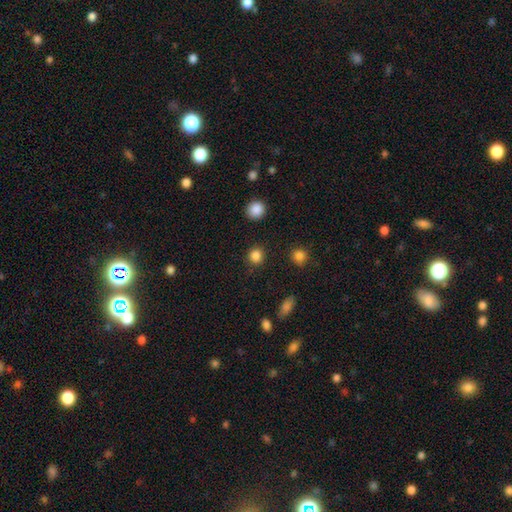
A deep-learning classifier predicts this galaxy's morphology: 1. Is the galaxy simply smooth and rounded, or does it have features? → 85% smooth, 11% star or artifact, 3% featured or disk.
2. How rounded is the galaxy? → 90% round, 9% in between, 1% cigar-shaped.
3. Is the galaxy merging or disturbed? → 89% none, 6% minor disturbance, 3% major disturbance, 2% merger.